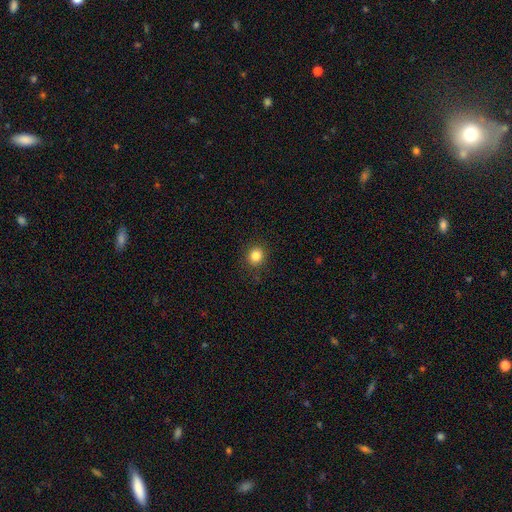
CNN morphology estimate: This is clearly a smooth galaxy (84%). How rounded: clearly round (80%). Merging: clearly none (89%).